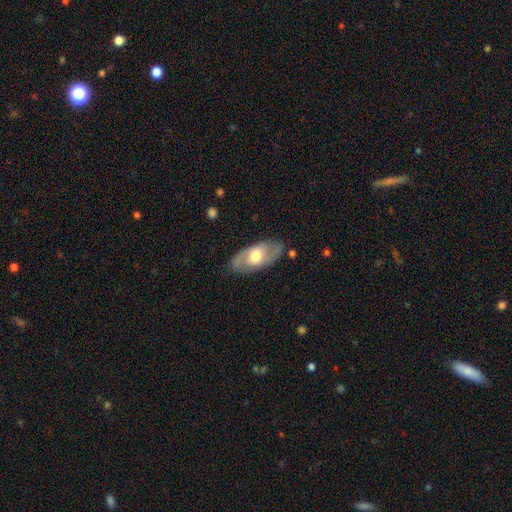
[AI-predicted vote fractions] Q: Smooth or featured?
A: featured or disk (54%); runner-up: smooth (41%)
Q: Edge-on disk?
A: no (85%); runner-up: yes (15%)
Q: Merging?
A: none (80%); runner-up: minor disturbance (14%)